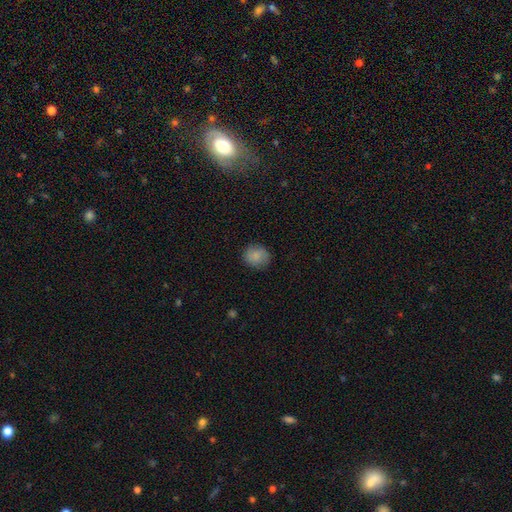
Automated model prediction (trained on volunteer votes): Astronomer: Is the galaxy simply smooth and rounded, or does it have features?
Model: smooth — 84%.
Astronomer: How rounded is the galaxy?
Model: round — 81%.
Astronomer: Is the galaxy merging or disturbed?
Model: none — 84%.